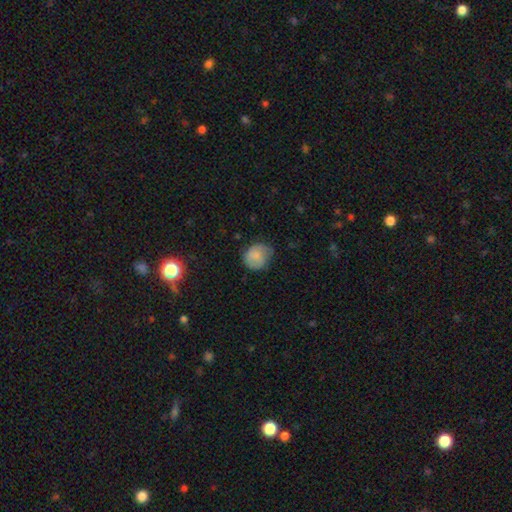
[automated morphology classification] Q: Smooth or featured?
A: smooth (75%); runner-up: featured or disk (18%)
Q: How rounded?
A: round (75%); runner-up: in between (24%)
Q: Merging?
A: none (57%); runner-up: minor disturbance (32%)